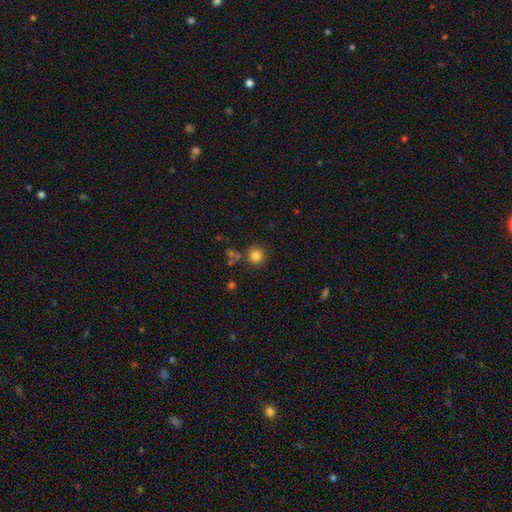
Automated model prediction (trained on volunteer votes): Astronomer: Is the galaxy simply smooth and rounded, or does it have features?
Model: smooth — 82%.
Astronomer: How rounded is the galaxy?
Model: round — 94%.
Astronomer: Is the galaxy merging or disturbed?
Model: none — 82%.